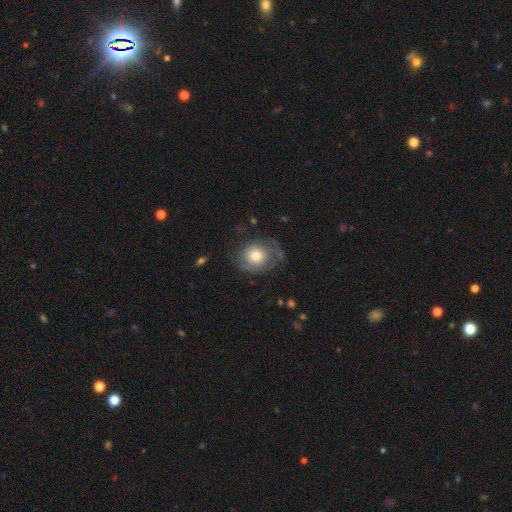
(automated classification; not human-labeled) This is possibly a featured or disk galaxy (60%). It is clearly not viewed edge-on (97%). Bar: clearly no (80%). Spiral arm pattern: clearly yes (85%). Central bulge: possibly moderate (56%). Merging: likely none (61%).